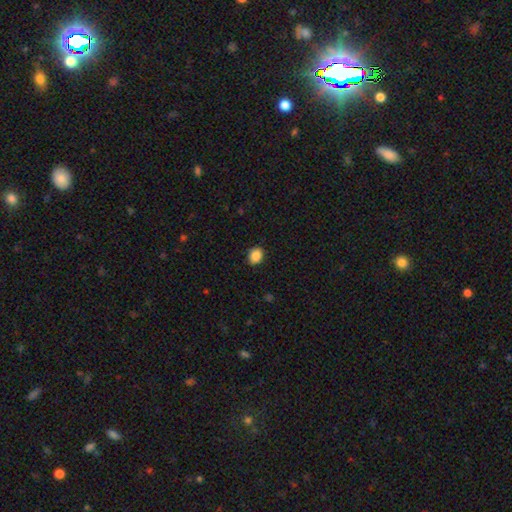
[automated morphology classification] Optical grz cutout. It shows a smooth galaxy with no disk features (88%) that is in between round and cigar-shaped (50%). Merging: none (86%).